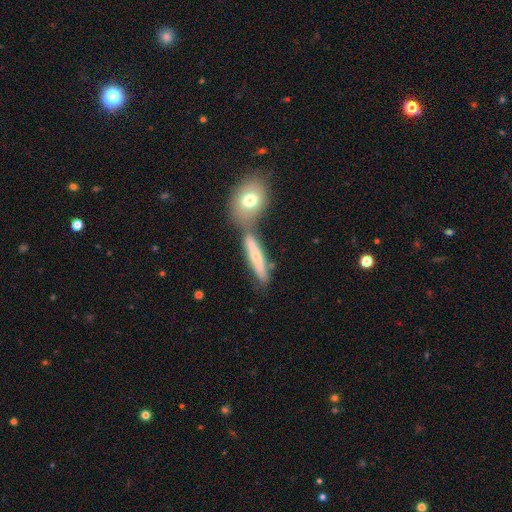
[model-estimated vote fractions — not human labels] Smooth or featured? smooth (51%)
How rounded? cigar-shaped (74%)
Merging? none (53%)